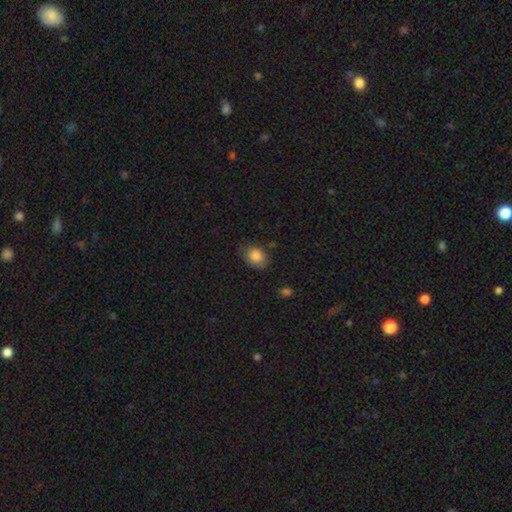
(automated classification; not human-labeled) smooth 85%, star or artifact 8%, featured or disk 6%. Down the decision tree: how rounded — in between (57%); merging — none (70%).